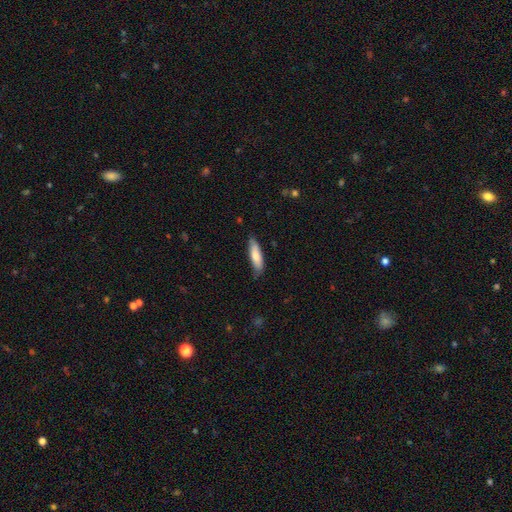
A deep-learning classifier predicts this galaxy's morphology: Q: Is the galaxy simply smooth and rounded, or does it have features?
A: smooth — 79%.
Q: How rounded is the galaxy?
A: cigar-shaped — 59%.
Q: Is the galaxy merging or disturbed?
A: none — 77%.